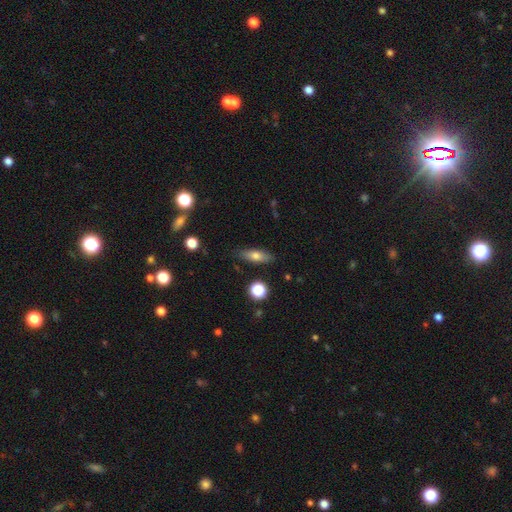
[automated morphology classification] A smooth galaxy with no disk features (64%) that is in between round and cigar-shaped (53%).

Vote fractions:
- Smooth or featured? smooth: 64% / featured or disk: 28% / star or artifact: 8%
- How rounded? in between: 53% / cigar-shaped: 42% / round: 5%
- Merging? none: 83% / minor disturbance: 12% / major disturbance: 3% / merger: 2%